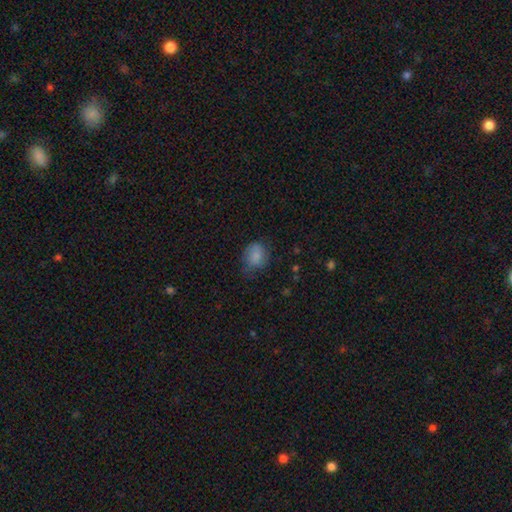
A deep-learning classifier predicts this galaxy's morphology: A smooth galaxy with no disk features (80%) that is round (52%).

Vote fractions:
- Smooth or featured? smooth: 80% / featured or disk: 12% / star or artifact: 9%
- How rounded? round: 52% / in between: 47% / cigar-shaped: 1%
- Merging? none: 56% / minor disturbance: 31% / major disturbance: 11% / merger: 1%